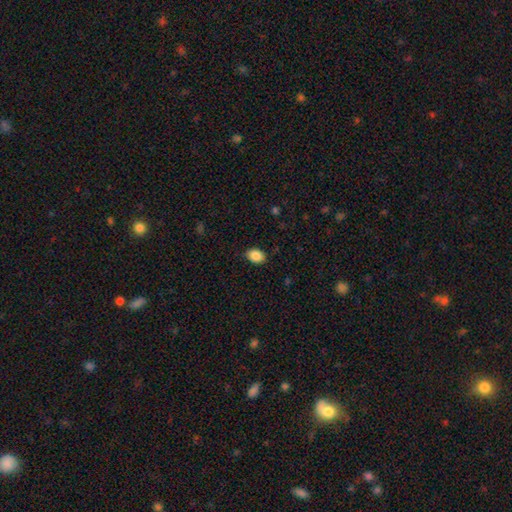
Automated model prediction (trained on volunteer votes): smooth 87%, star or artifact 8%, featured or disk 5%. Down the decision tree: how rounded — in between (77%); merging — none (84%).